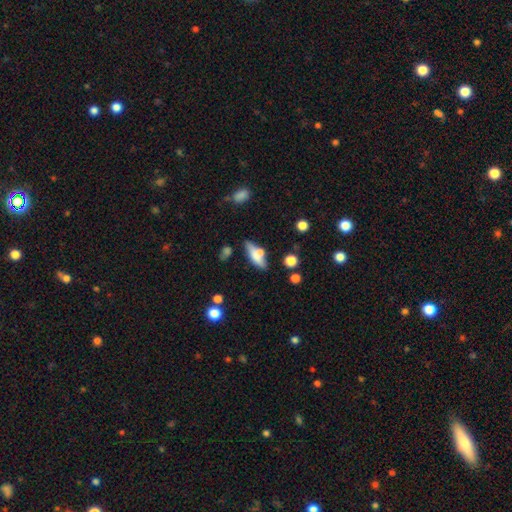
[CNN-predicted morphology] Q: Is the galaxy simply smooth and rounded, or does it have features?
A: smooth — 65%.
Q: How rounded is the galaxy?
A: in between — 52%.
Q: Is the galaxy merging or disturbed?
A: none — 62%.